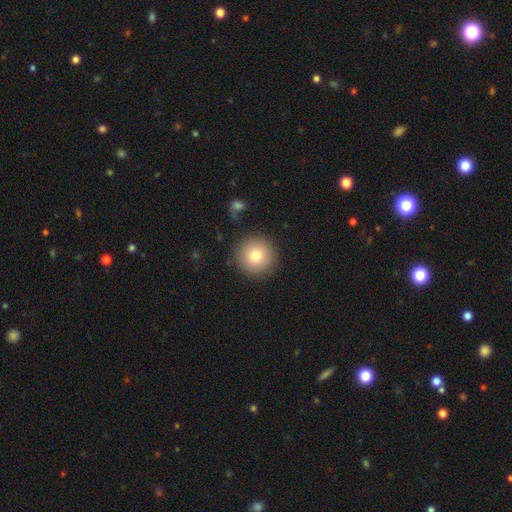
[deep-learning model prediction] Overall: smooth (79%). How rounded: round (96%). Merging: none (87%).